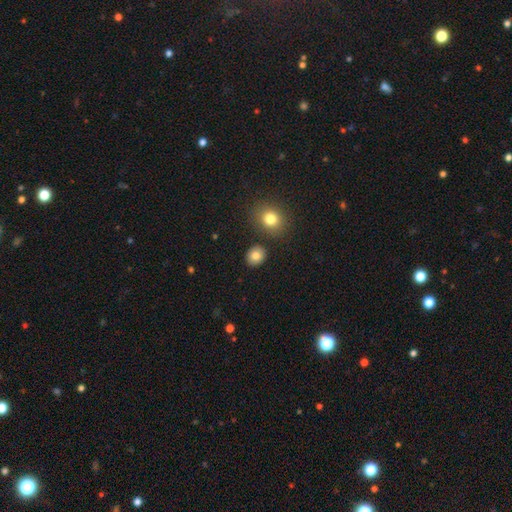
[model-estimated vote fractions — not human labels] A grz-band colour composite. It shows a smooth galaxy with no disk features (83%) that is round (74%). Merging: none (87%).